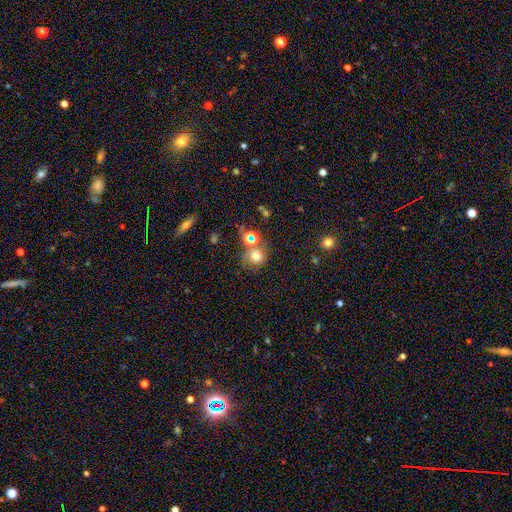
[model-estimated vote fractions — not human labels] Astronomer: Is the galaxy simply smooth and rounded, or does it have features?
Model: smooth — 68%.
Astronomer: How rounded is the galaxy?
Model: round — 82%.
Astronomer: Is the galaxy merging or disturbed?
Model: none — 60%.